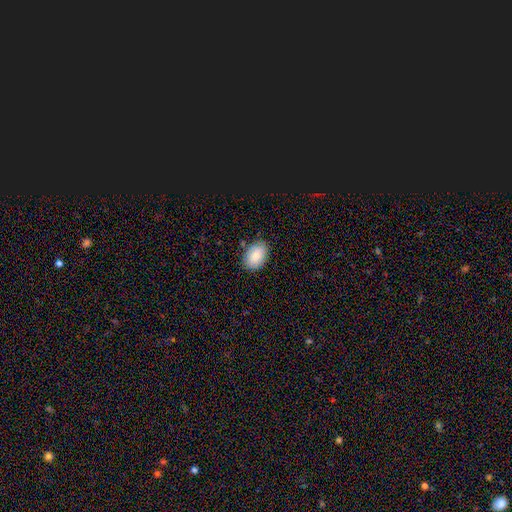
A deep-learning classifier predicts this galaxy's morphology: A smooth galaxy with no disk features (86%) that is in between round and cigar-shaped (86%).

Vote fractions:
- Smooth or featured? smooth: 86% / featured or disk: 7% / star or artifact: 7%
- How rounded? in between: 86% / round: 13% / cigar-shaped: 1%
- Merging? none: 83% / minor disturbance: 13% / major disturbance: 3% / merger: 2%